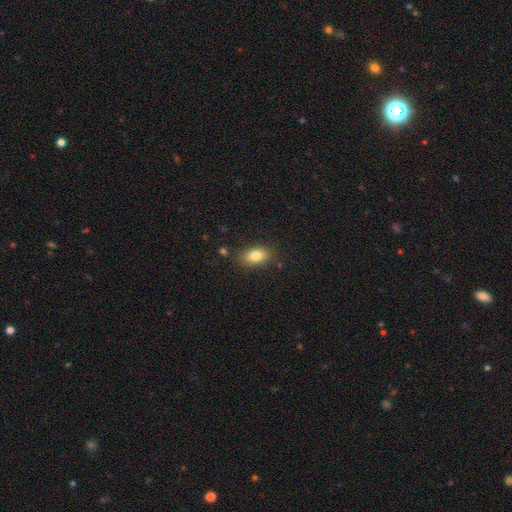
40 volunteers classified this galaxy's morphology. Smooth or featured? smooth (85%)
How rounded? in between (100%)
Merging? none (89%)